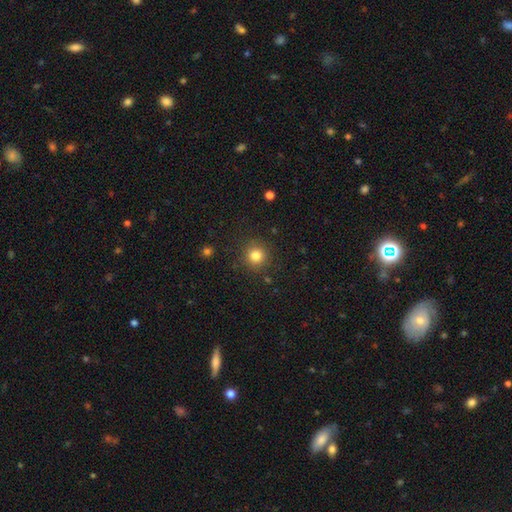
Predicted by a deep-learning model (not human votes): A smooth galaxy with no disk features (82%) that is round (94%).

Vote fractions:
- Smooth or featured? smooth: 82% / star or artifact: 12% / featured or disk: 6%
- How rounded? round: 94% / in between: 6% / cigar-shaped: 1%
- Merging? none: 89% / minor disturbance: 7% / major disturbance: 3% / merger: 2%